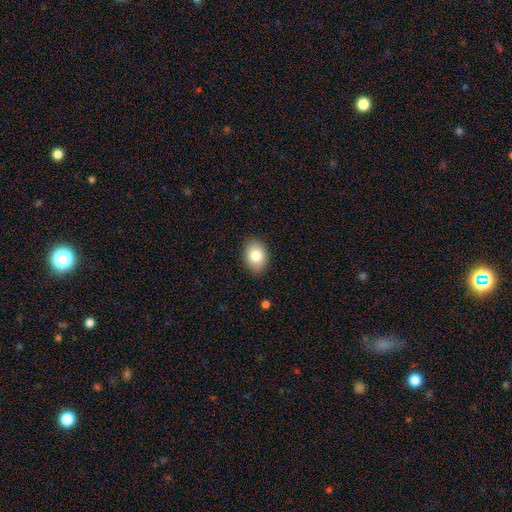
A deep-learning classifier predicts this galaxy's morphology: This is clearly a smooth galaxy (81%). How rounded: likely in between (69%). Merging: clearly none (86%).